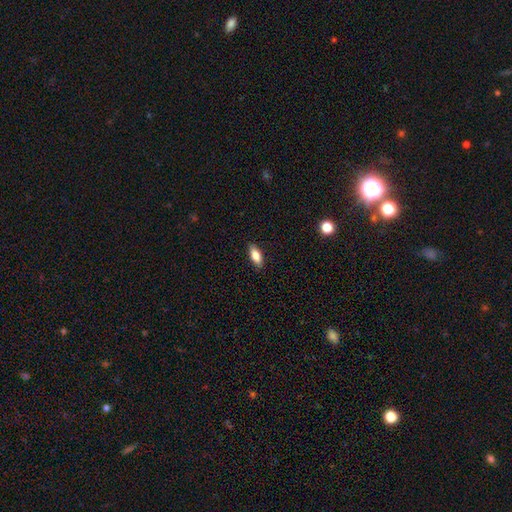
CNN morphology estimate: A smooth galaxy with no disk features (82%) that is in between round and cigar-shaped (82%). Merging: none (88%).